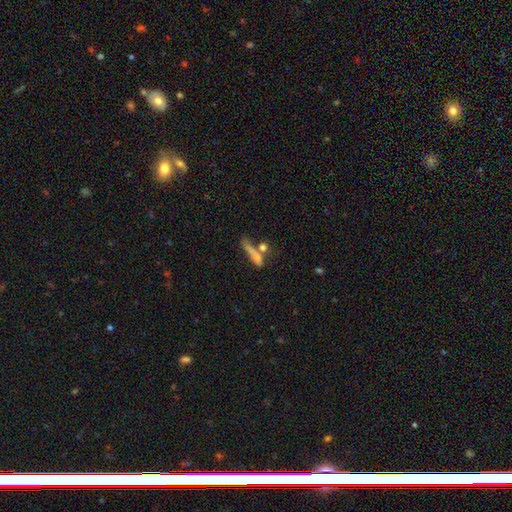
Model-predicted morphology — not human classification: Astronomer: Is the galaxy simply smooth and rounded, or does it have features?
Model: smooth — 62%.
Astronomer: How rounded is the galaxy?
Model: cigar-shaped — 69%.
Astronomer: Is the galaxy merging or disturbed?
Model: none — 37% (runner-up: merger, 31%).